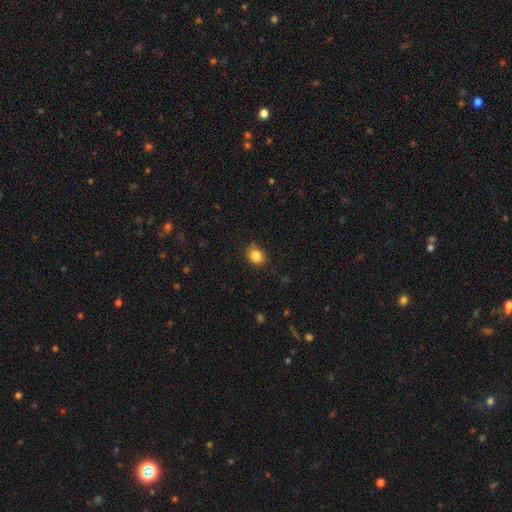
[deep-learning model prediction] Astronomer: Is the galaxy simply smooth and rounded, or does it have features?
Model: smooth — 84%.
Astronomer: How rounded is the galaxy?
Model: round — 64%.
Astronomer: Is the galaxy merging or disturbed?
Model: none — 81%.